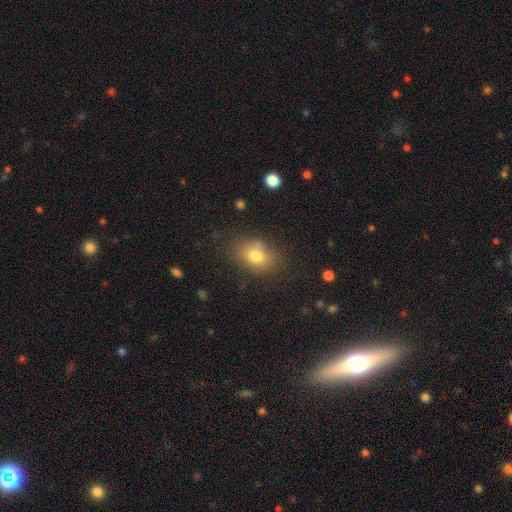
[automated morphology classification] smooth-or-featured: smooth: 77% | star or artifact: 12% | featured or disk: 11%
  how-rounded: in between: 67% | round: 32% | cigar-shaped: 1%
  merging: none: 74% | minor disturbance: 16% | major disturbance: 5% | merger: 5%